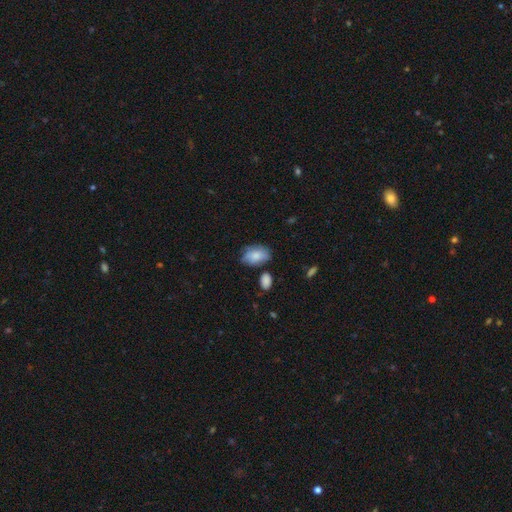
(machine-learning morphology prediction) A smooth galaxy with no disk features (76%) that is in between round and cigar-shaped (88%). Merging: none (56%).